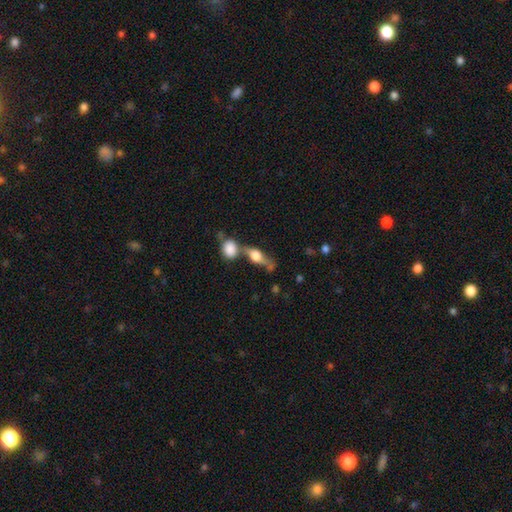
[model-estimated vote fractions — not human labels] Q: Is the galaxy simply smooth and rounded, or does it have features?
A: featured or disk — 46%.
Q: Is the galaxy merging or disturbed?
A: none — 41%.